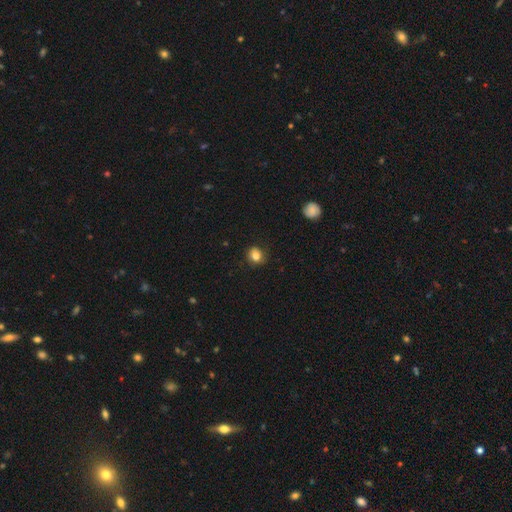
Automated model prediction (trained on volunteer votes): A smooth galaxy with no disk features (83%) that is round (72%).

Vote fractions:
- Smooth or featured? smooth: 83% / star or artifact: 11% / featured or disk: 7%
- How rounded? round: 72% / in between: 27% / cigar-shaped: 1%
- Merging? none: 84% / minor disturbance: 12% / major disturbance: 3% / merger: 1%